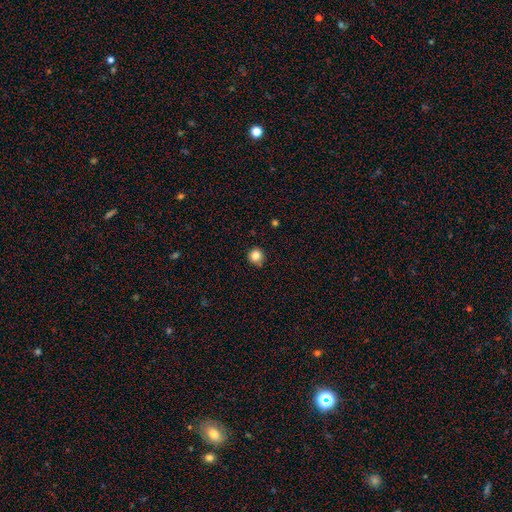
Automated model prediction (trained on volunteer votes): This appears to be a smooth galaxy with no disk features (84%) that is round (93%). Merging: none (85%).